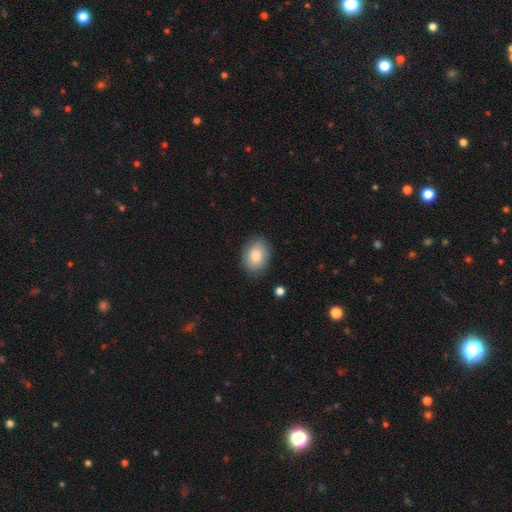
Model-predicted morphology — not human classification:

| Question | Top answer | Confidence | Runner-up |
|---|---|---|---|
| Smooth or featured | smooth | 83% | featured or disk (10%) |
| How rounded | in between | 75% | round (24%) |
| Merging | none | 84% | minor disturbance (12%) |